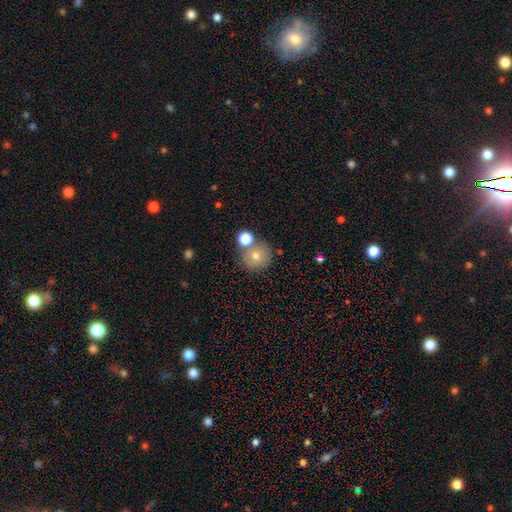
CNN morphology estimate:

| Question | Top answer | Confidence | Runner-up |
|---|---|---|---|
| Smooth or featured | smooth | 72% | featured or disk (15%) |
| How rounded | round | 90% | in between (9%) |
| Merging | none | 65% | merger (22%) |